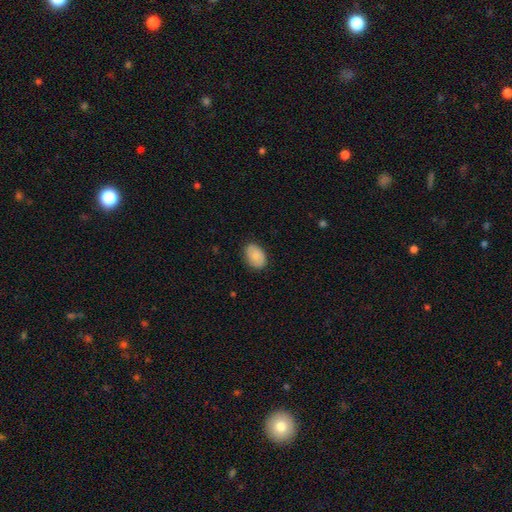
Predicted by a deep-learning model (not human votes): smooth 83%, featured or disk 10%, star or artifact 7%. Down the decision tree: how rounded — in between (84%); merging — none (84%).